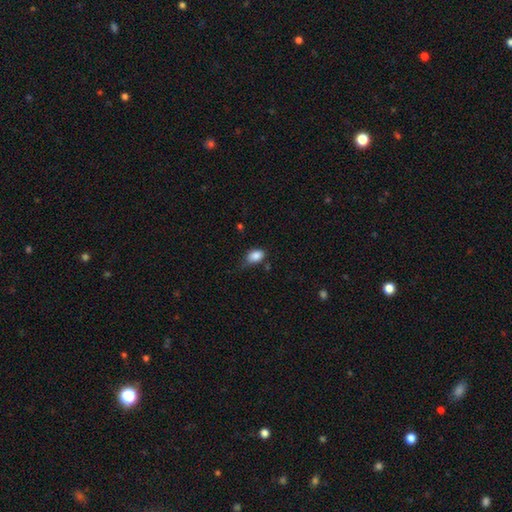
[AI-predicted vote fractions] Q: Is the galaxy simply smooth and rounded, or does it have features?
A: smooth — 86%.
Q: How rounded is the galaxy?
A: in between — 86%.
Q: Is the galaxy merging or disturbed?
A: none — 49%.